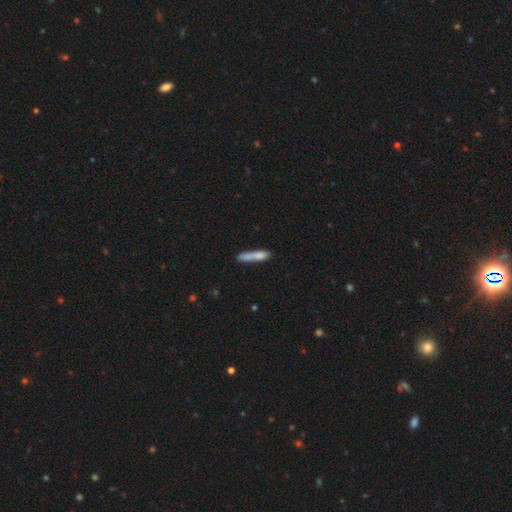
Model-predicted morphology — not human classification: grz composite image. It shows a smooth galaxy with no disk features (76%) that is cigar-shaped (87%). Merging: none (57%).